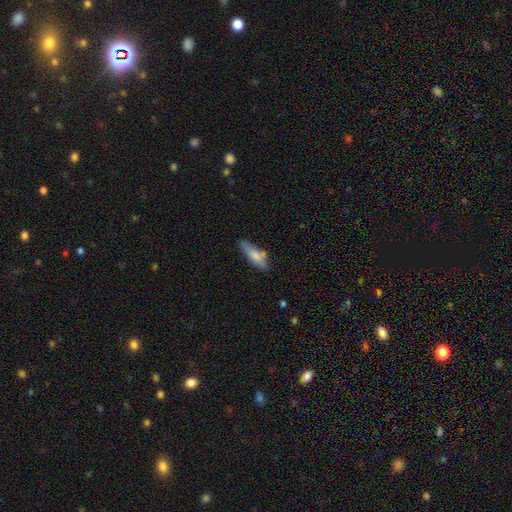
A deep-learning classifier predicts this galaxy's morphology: This appears to be a smooth galaxy with no disk features (72%) that is cigar-shaped (55%). Merging: none (66%).